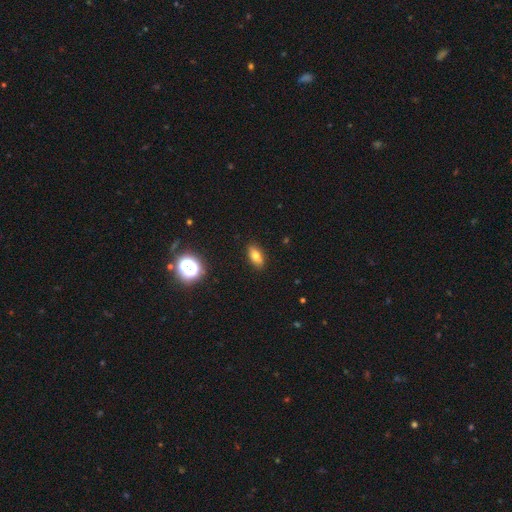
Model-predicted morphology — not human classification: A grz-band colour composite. It shows a smooth galaxy with no disk features (75%) that is in between round and cigar-shaped (85%). Merging: none (89%).